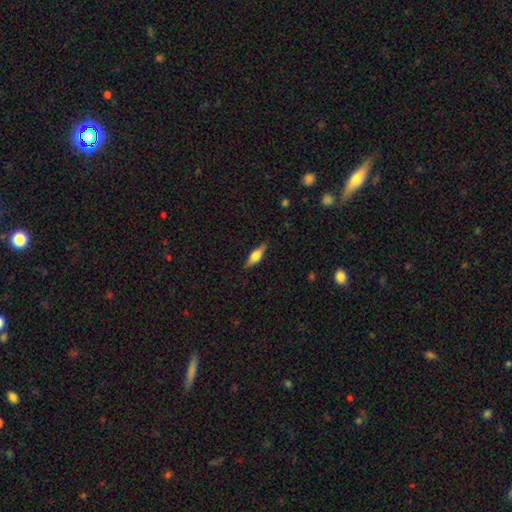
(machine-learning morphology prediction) Q: Smooth or featured?
A: featured or disk (48%); runner-up: smooth (45%)
Q: Merging?
A: none (85%); runner-up: minor disturbance (11%)